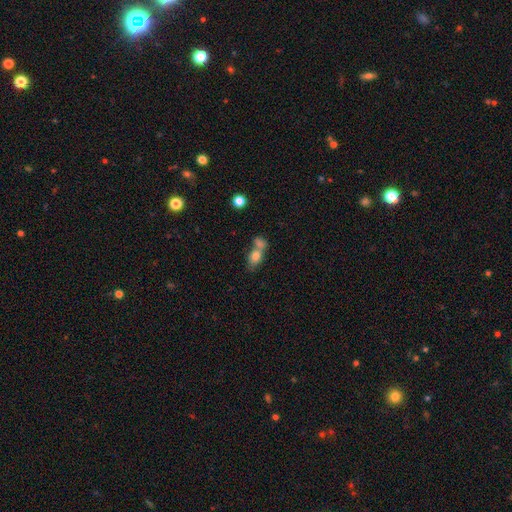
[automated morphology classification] Overall: smooth (78%). How rounded: in between (73%). Merging: merger (58%; none 28%).